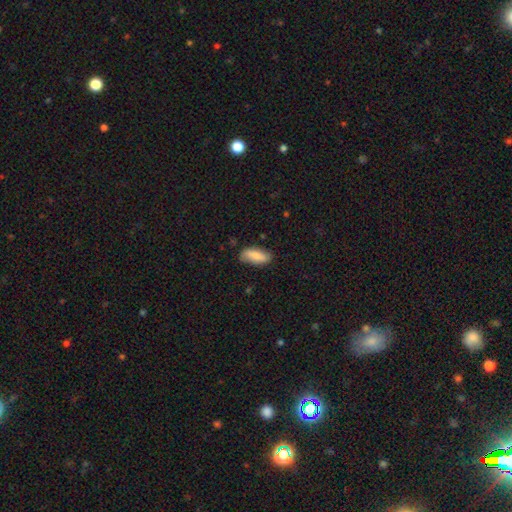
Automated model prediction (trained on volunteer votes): Q: Smooth or featured?
A: smooth (76%); runner-up: featured or disk (18%)
Q: How rounded?
A: in between (83%); runner-up: cigar-shaped (15%)
Q: Merging?
A: none (79%); runner-up: minor disturbance (17%)